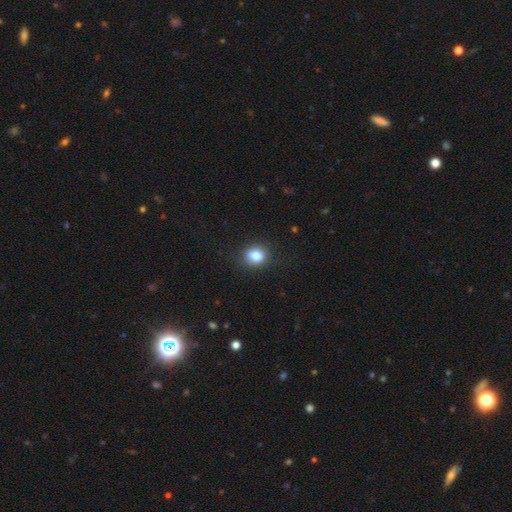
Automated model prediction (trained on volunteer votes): smooth 84%, star or artifact 10%, featured or disk 6%. Down the decision tree: how rounded — round (57%); merging — none (83%).